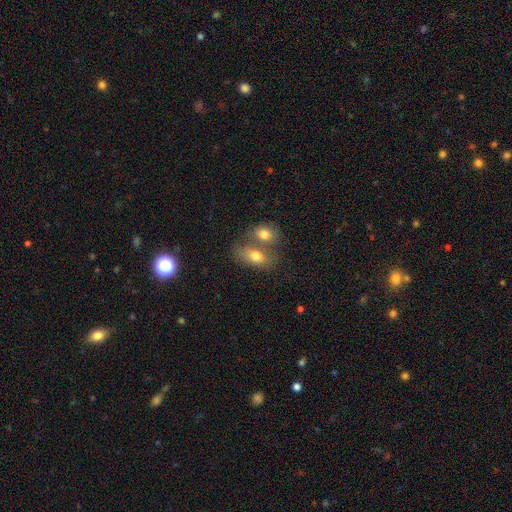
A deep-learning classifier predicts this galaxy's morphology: Smooth or featured: smooth — 75% (featured or disk — 17%)
How rounded: in between — 83% (round — 13%)
Merging: merger — 55% (none — 33%)